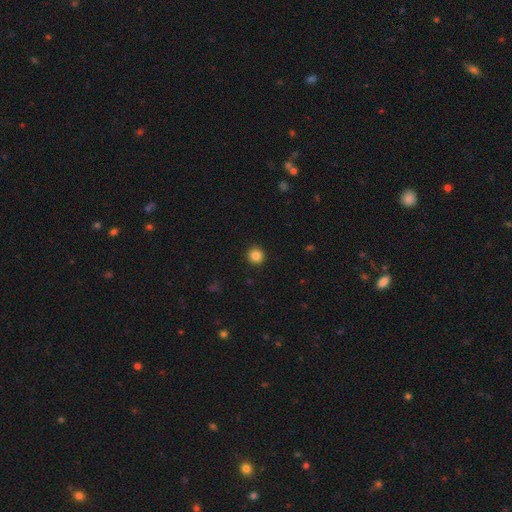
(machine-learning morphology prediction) This appears to be a smooth galaxy with no disk features (86%) that is round (93%). Merging: none (92%).